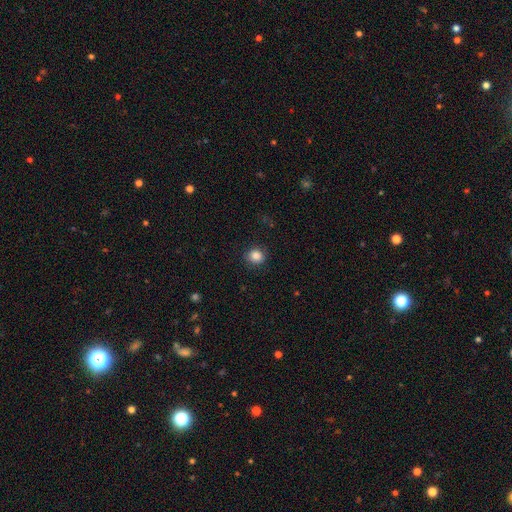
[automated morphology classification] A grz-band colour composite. It shows a smooth galaxy with no disk features (86%) that is round (84%). Merging: none (87%).